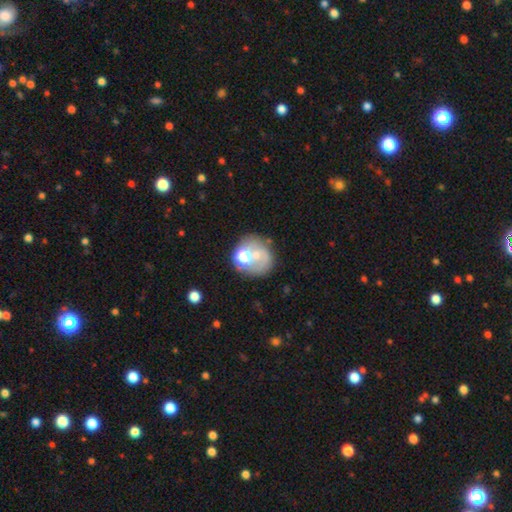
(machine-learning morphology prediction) smooth_or_featured: smooth (p=0.45) [alt: featured or disk p=0.41]
merging: none (p=0.49) [alt: merger p=0.20]